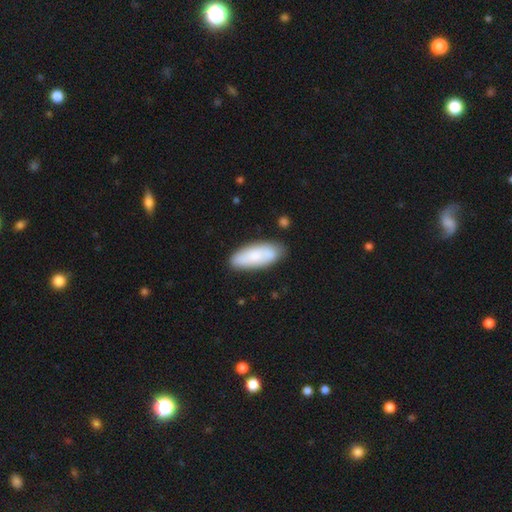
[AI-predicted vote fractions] Smooth or featured?
  - smooth: 72% *
  - featured or disk: 22%
  - star or artifact: 6%
How rounded?
  - in between: 78% *
  - cigar-shaped: 20%
  - round: 2%
Merging?
  - none: 81% *
  - minor disturbance: 14%
  - merger: 3%
  - major disturbance: 3%